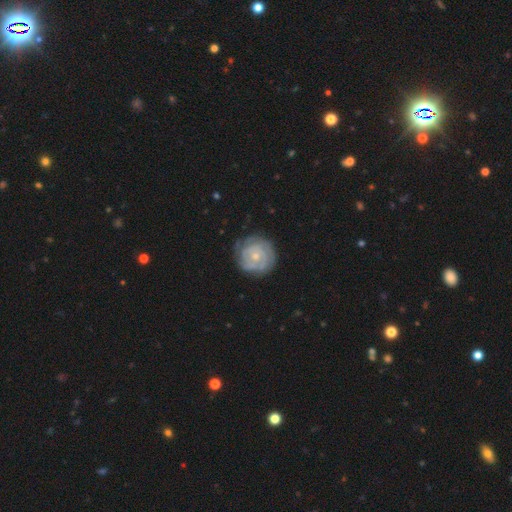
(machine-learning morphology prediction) Smooth or featured: featured or disk — 72% (smooth — 23%)
Edge-on disk: no — 98% (yes — 2%)
Bar: no — 78% (weak — 18%)
Spiral arms: yes — 85% (no — 15%)
Spiral winding: tight — 77% (medium — 17%)
Spiral arm count: can't tell — 43% (2 — 27%)
Bulge size: small — 60% (moderate — 35%)
Merging: none — 74% (minor disturbance — 18%)